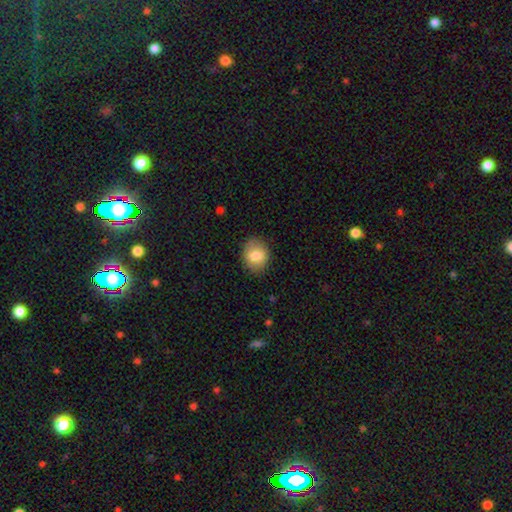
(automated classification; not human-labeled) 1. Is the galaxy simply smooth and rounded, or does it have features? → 81% smooth, 11% featured or disk, 8% star or artifact.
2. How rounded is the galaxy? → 55% round, 44% in between, 1% cigar-shaped.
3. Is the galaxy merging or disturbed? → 82% none, 14% minor disturbance, 3% major disturbance, 1% merger.